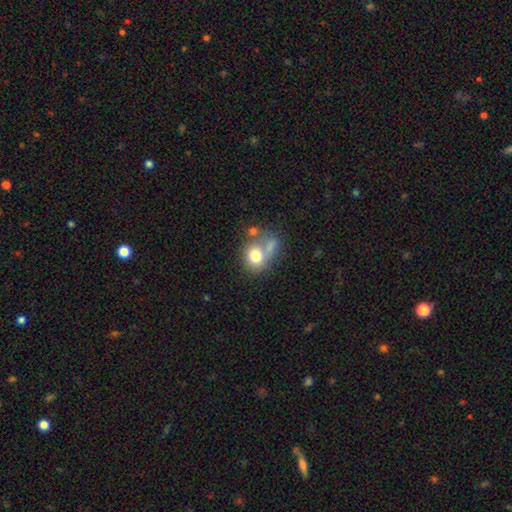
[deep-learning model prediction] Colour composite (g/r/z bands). It shows a smooth galaxy with no disk features (74%) that is round (62%). Merging: none (38%).